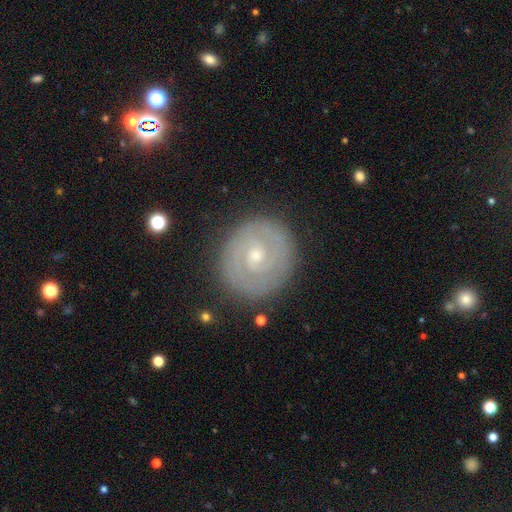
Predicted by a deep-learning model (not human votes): Overall: featured or disk (80%). Edge-on disk: no (98%). Bar: no (68%). Spiral arms: yes (89%). Spiral arm count: 2 (62%). Spiral winding: tight (81%). Bulge size: small (65%; moderate 32%). Merging: none (86%).